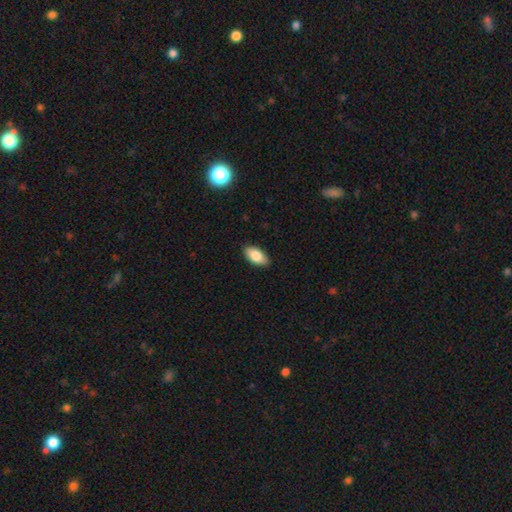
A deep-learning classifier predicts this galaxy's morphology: smooth-or-featured: smooth: 85% | featured or disk: 8% | star or artifact: 6%
  how-rounded: in between: 93% | cigar-shaped: 4% | round: 3%
  merging: none: 89% | minor disturbance: 9% | major disturbance: 2% | merger: 1%